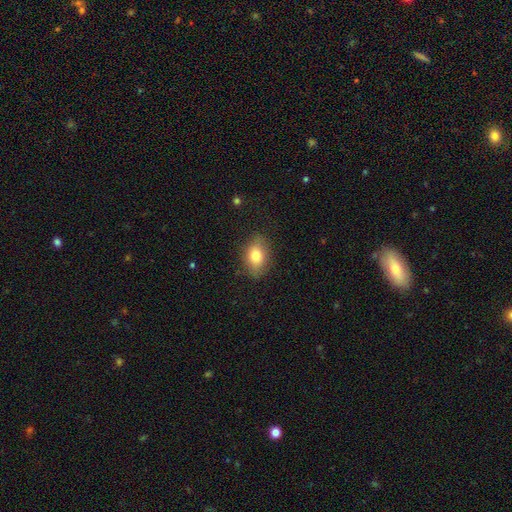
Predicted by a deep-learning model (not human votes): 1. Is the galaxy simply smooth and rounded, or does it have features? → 79% smooth, 13% featured or disk, 8% star or artifact.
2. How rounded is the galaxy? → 84% in between, 14% round, 2% cigar-shaped.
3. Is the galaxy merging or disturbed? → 82% none, 14% minor disturbance, 3% major disturbance, 1% merger.